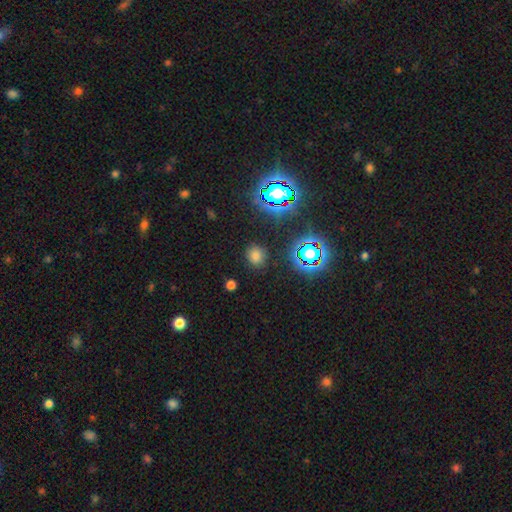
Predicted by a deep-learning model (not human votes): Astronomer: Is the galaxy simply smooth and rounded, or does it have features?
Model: smooth — 68%.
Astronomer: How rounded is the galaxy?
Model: round — 76%.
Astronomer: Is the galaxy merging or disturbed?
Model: none — 86%.